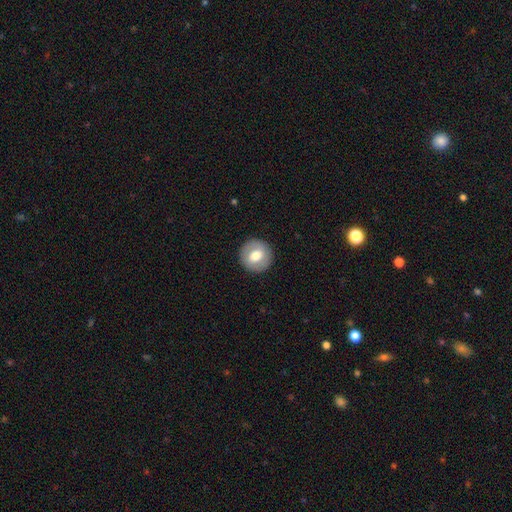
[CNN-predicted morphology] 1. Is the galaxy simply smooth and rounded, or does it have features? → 65% smooth, 28% featured or disk, 7% star or artifact.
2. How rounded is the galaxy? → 92% round, 7% in between, 1% cigar-shaped.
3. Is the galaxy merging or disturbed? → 90% none, 6% minor disturbance, 2% major disturbance, 1% merger.